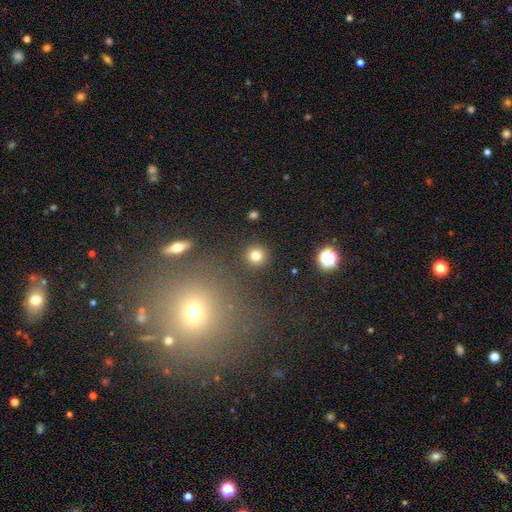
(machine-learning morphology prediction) Q: Smooth or featured?
A: smooth (81%); runner-up: star or artifact (13%)
Q: How rounded?
A: round (94%); runner-up: in between (5%)
Q: Merging?
A: none (91%); runner-up: minor disturbance (5%)